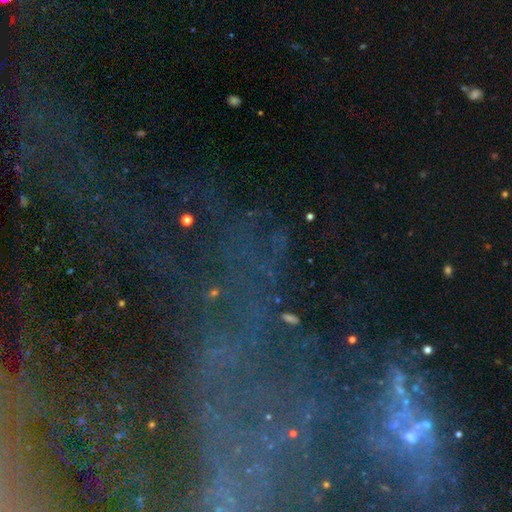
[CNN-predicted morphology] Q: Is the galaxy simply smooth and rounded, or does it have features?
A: star or artifact — 53%.